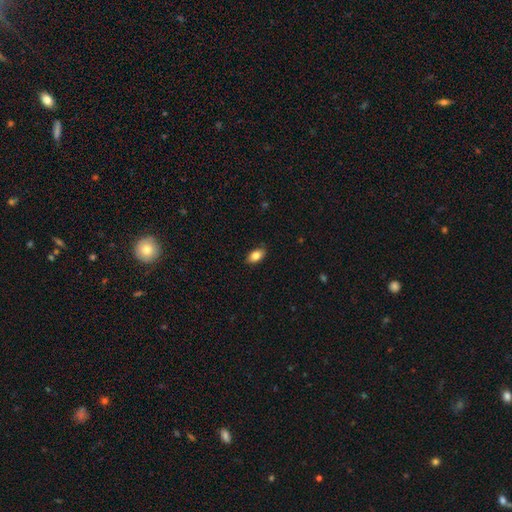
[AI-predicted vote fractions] Overall: smooth (84%). How rounded: in between (91%). Merging: none (88%).